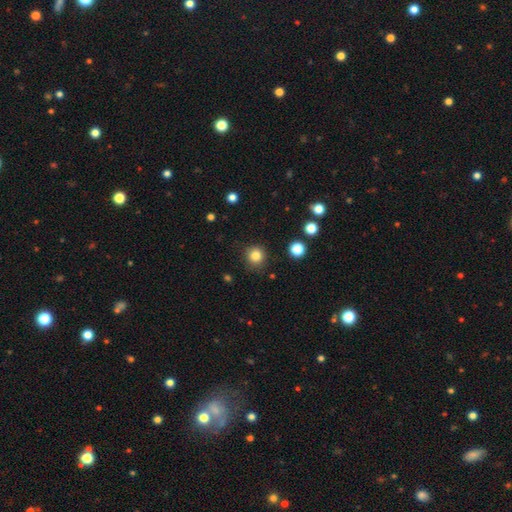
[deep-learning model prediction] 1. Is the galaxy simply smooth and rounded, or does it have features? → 83% smooth, 12% star or artifact, 5% featured or disk.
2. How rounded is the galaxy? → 92% round, 7% in between, 1% cigar-shaped.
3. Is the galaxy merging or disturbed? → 88% none, 8% minor disturbance, 2% major disturbance, 2% merger.